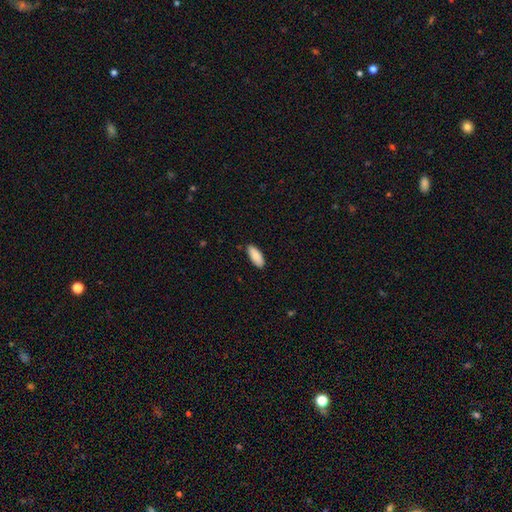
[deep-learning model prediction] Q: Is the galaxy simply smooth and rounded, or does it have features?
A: smooth — 88%.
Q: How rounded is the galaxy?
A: in between — 79%.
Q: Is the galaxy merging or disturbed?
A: none — 87%.